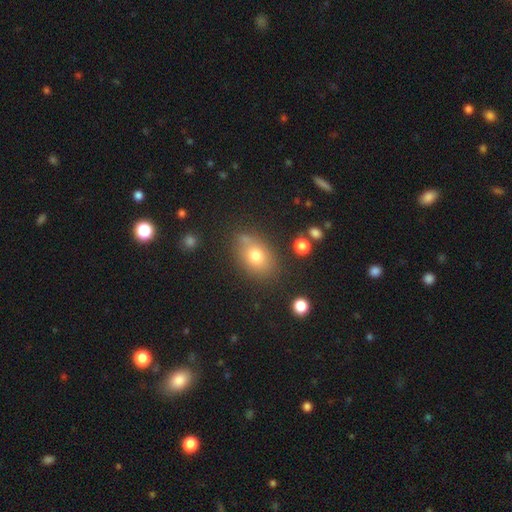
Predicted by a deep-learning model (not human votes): Smooth or featured?
  - smooth: 74% *
  - featured or disk: 14%
  - star or artifact: 11%
How rounded?
  - in between: 74% *
  - round: 25%
  - cigar-shaped: 2%
Merging?
  - none: 71% *
  - minor disturbance: 17%
  - merger: 7%
  - major disturbance: 5%